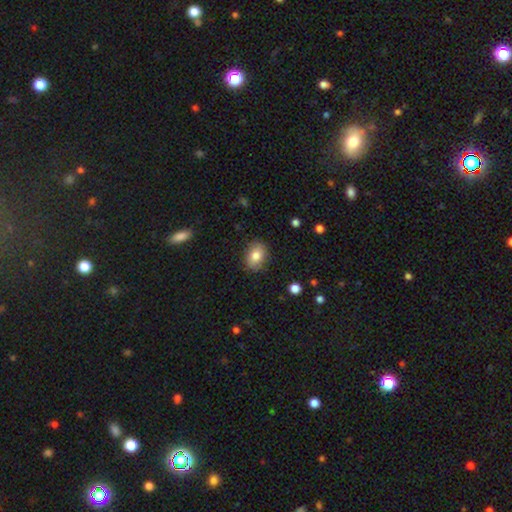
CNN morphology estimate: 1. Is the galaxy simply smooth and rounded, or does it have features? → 82% smooth, 9% featured or disk, 9% star or artifact.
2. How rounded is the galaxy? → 68% in between, 31% round, 1% cigar-shaped.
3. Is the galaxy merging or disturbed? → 86% none, 11% minor disturbance, 3% major disturbance, 1% merger.